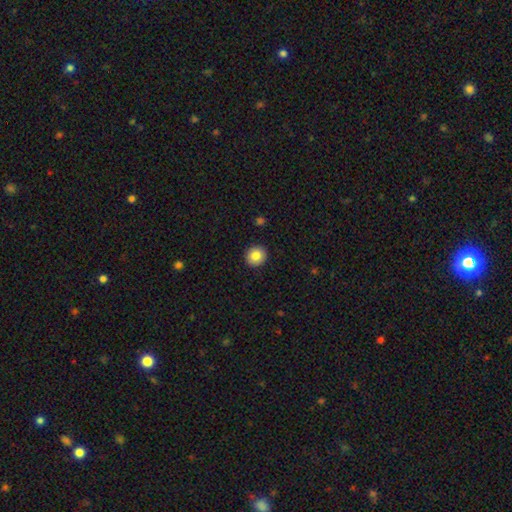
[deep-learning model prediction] Smooth or featured: smooth — 84% (star or artifact — 9%)
How rounded: round — 91% (in between — 8%)
Merging: none — 92% (minor disturbance — 5%)